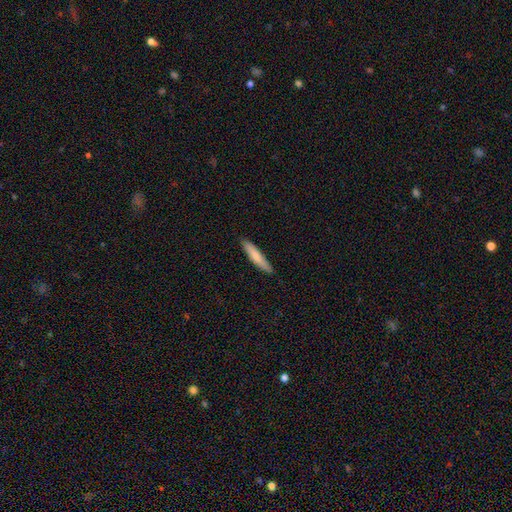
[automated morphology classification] Smooth or featured?
  - smooth: 75% *
  - featured or disk: 20%
  - star or artifact: 5%
How rounded?
  - cigar-shaped: 89% *
  - in between: 10%
  - round: 1%
Merging?
  - none: 89% *
  - minor disturbance: 9%
  - major disturbance: 2%
  - merger: 1%